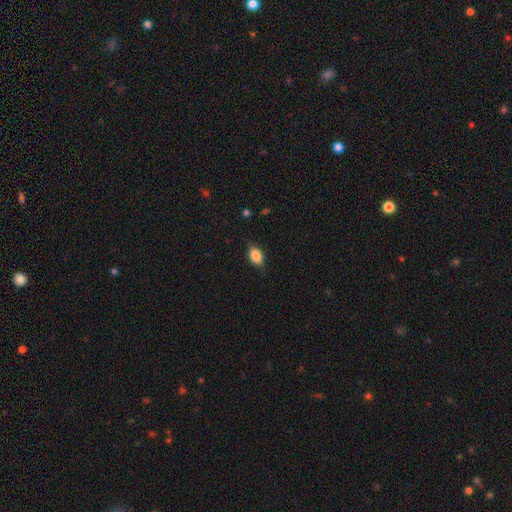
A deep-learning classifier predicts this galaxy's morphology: smooth 82%, featured or disk 10%, star or artifact 8%. Down the decision tree: how rounded — in between (83%); merging — none (77%).